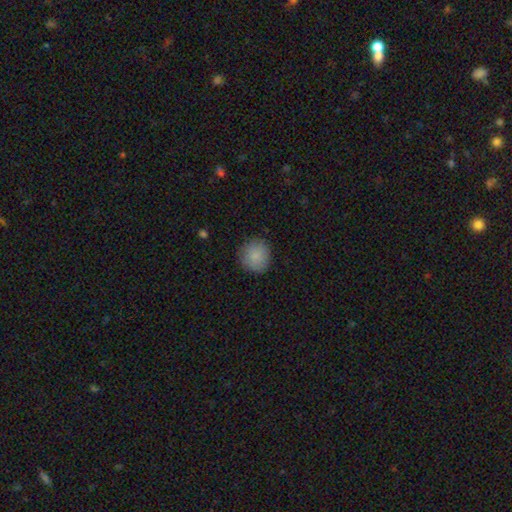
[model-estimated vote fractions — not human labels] smooth-or-featured: smooth: 87% | star or artifact: 8% | featured or disk: 6%
  how-rounded: round: 91% | in between: 8% | cigar-shaped: 1%
  merging: none: 86% | minor disturbance: 10% | major disturbance: 3% | merger: 1%